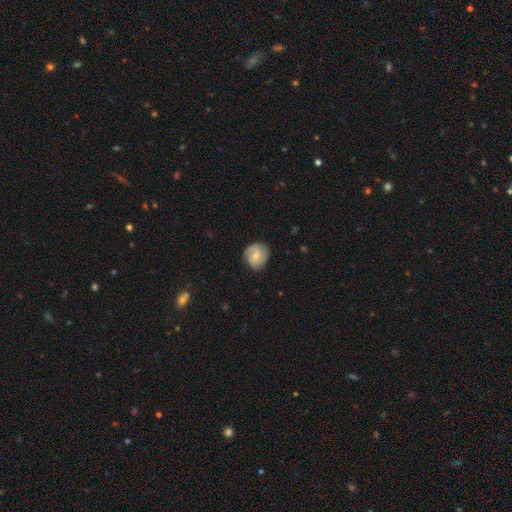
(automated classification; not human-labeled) featured or disk 52%, smooth 42%, star or artifact 7%. Down the decision tree: edge-on disk — no (97%); bar — no (49%); spiral arms — yes (88%); bulge size — moderate (45%, tied with small); merging — none (76%).